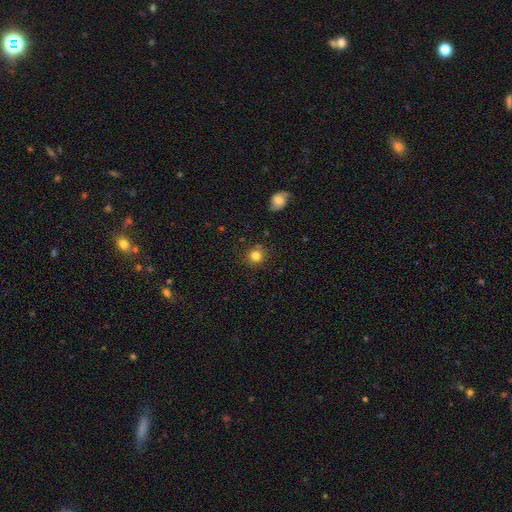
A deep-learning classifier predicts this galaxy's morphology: This appears to be a smooth galaxy with no disk features (82%) that is round (88%). Merging: none (85%).